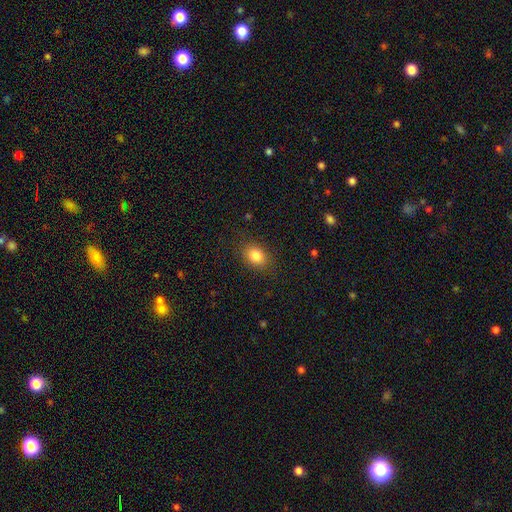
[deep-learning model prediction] Smooth or featured?
  - smooth: 84% *
  - star or artifact: 9%
  - featured or disk: 7%
How rounded?
  - in between: 71% *
  - round: 27%
  - cigar-shaped: 1%
Merging?
  - none: 84% *
  - minor disturbance: 11%
  - major disturbance: 4%
  - merger: 1%